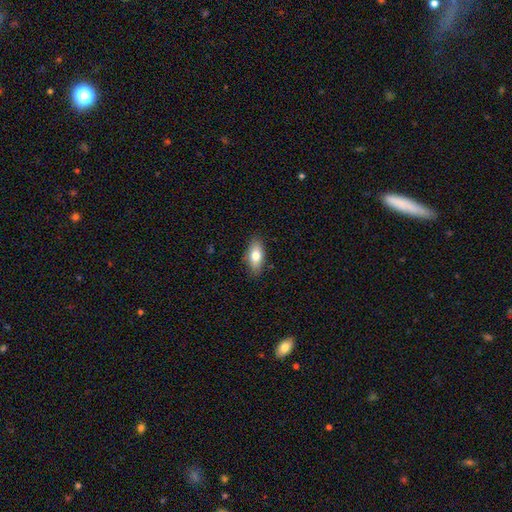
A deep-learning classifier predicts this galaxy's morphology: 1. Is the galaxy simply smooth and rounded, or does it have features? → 76% smooth, 16% featured or disk, 7% star or artifact.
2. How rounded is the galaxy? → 85% in between, 11% cigar-shaped, 4% round.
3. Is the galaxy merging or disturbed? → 85% none, 12% minor disturbance, 2% major disturbance, 1% merger.